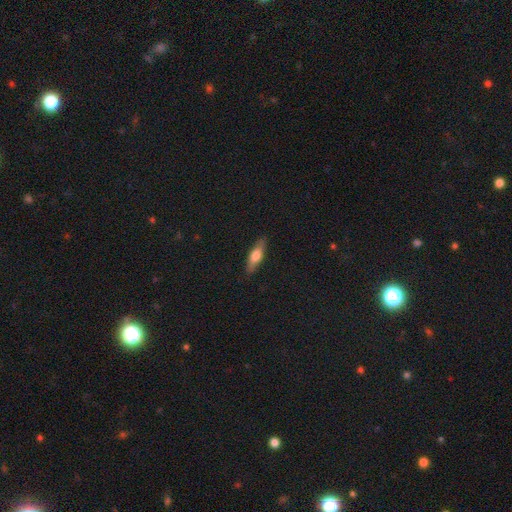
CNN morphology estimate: Overall: smooth (56%; featured or disk 37%). How rounded: cigar-shaped (60%; in between 37%). Merging: none (87%).